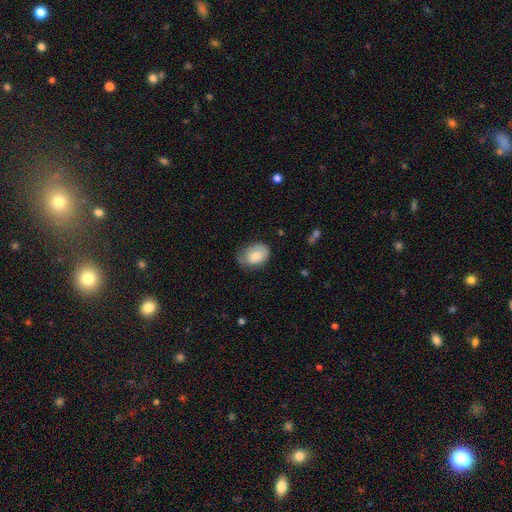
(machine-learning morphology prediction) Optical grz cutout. It shows a smooth galaxy with no disk features (81%) that is in between round and cigar-shaped (75%). Merging: none (53%).